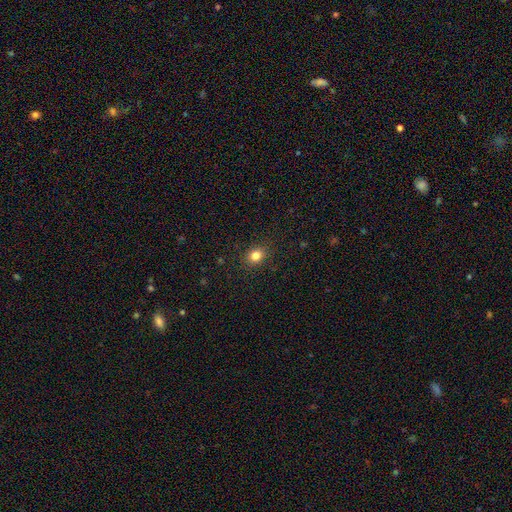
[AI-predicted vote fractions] Smooth or featured: smooth — 83% (star or artifact — 12%)
How rounded: round — 56% (in between — 43%)
Merging: none — 89% (minor disturbance — 8%)